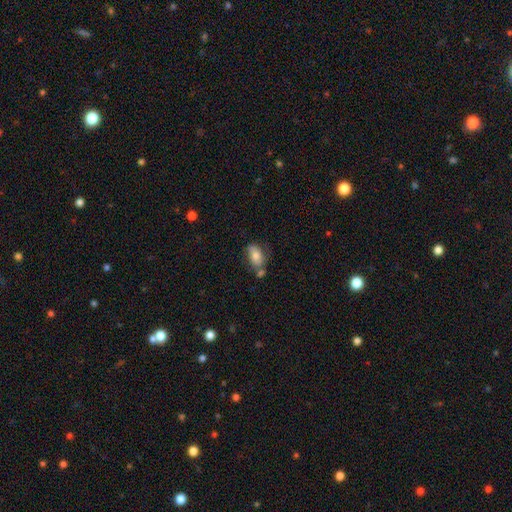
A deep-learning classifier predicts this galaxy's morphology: Smooth or featured: smooth — 71% (featured or disk — 22%)
How rounded: in between — 89% (round — 9%)
Merging: none — 47% (merger — 23%)